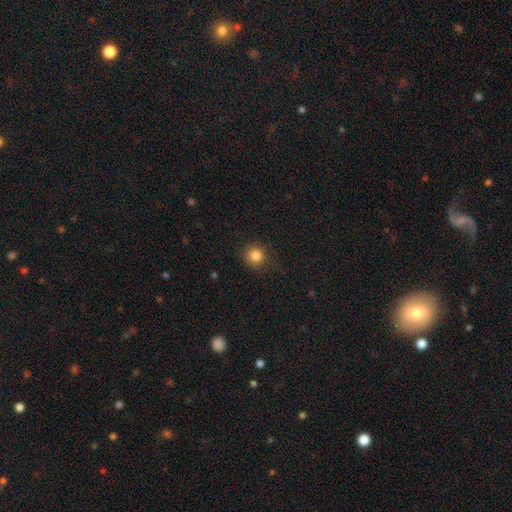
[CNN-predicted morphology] Smooth or featured: smooth — 83% (star or artifact — 11%)
How rounded: round — 91% (in between — 8%)
Merging: none — 86% (minor disturbance — 10%)